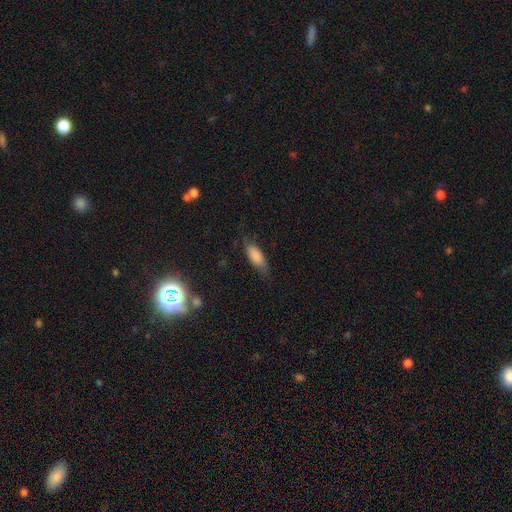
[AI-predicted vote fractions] A smooth galaxy with no disk features (78%) that is in between round and cigar-shaped (70%). Merging: none (67%).